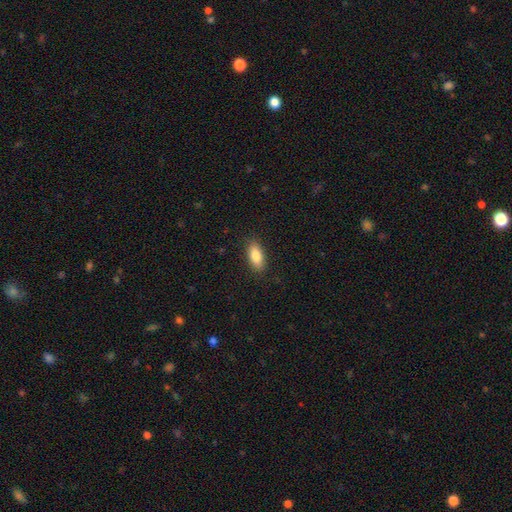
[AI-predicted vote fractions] Smooth or featured?
  - smooth: 84% *
  - featured or disk: 10%
  - star or artifact: 7%
How rounded?
  - in between: 83% *
  - cigar-shaped: 14%
  - round: 3%
Merging?
  - none: 87% *
  - minor disturbance: 9%
  - major disturbance: 2%
  - merger: 1%